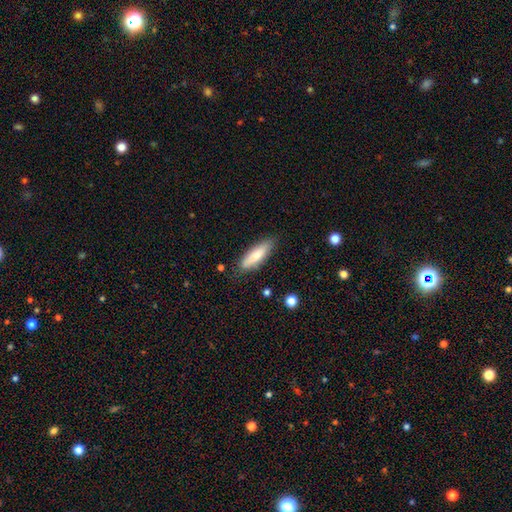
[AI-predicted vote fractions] Morphology: type=smooth (75%); roundness=cigar-shaped (50%); merging=none (81%).